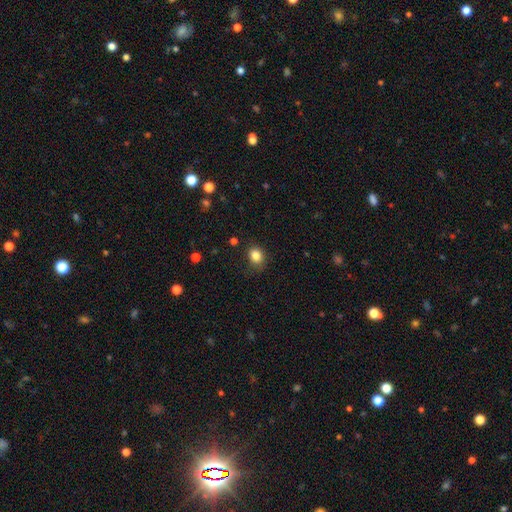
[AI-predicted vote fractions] smooth-or-featured: smooth: 84% | star or artifact: 11% | featured or disk: 5%
  how-rounded: round: 63% | in between: 36% | cigar-shaped: 1%
  merging: none: 77% | minor disturbance: 17% | major disturbance: 4% | merger: 1%